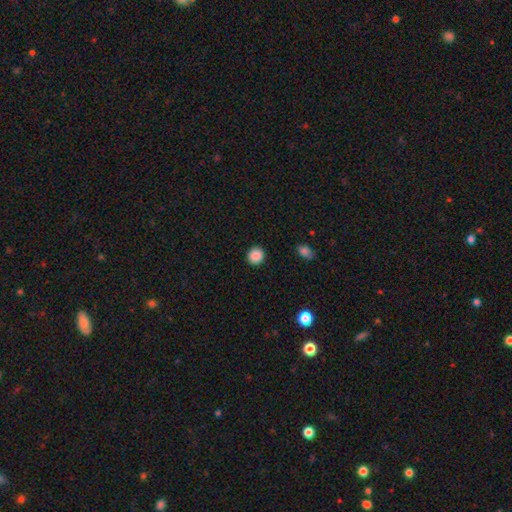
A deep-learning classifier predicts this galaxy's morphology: This is clearly a smooth galaxy (88%). How rounded: clearly round (90%). Merging: clearly none (92%).